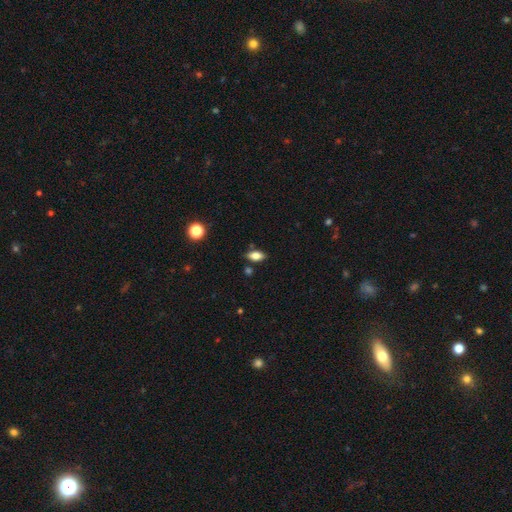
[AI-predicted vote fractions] Smooth or featured?
  - smooth: 77% *
  - featured or disk: 15%
  - star or artifact: 9%
How rounded?
  - in between: 87% *
  - cigar-shaped: 9%
  - round: 4%
Merging?
  - none: 82% *
  - minor disturbance: 12%
  - merger: 4%
  - major disturbance: 2%